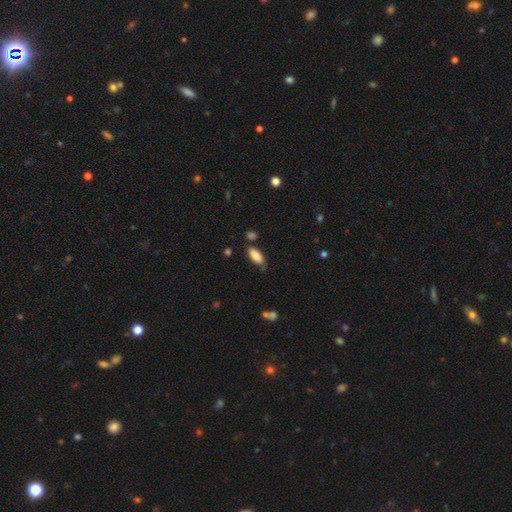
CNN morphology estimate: Smooth or featured? Predicted: smooth (p=0.86). How rounded? Predicted: in between (p=0.85). Merging? Predicted: none (p=0.77).